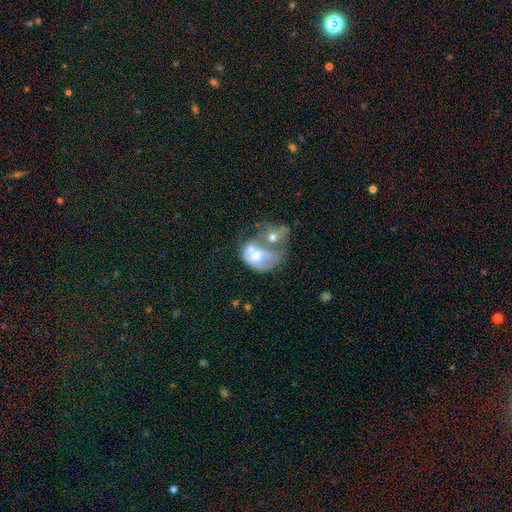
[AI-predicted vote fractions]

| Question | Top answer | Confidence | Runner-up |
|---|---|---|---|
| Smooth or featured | featured or disk | 48% | smooth (42%) |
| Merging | merger | 68% | major disturbance (13%) |